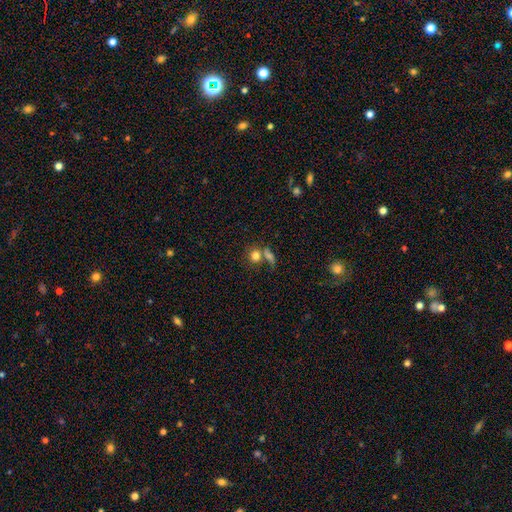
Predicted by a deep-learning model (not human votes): Q: Smooth or featured?
A: smooth (78%); runner-up: star or artifact (12%)
Q: How rounded?
A: round (72%); runner-up: in between (26%)
Q: Merging?
A: none (46%); runner-up: merger (35%)